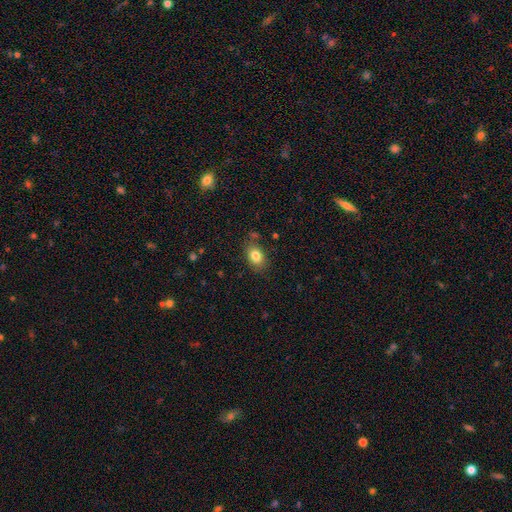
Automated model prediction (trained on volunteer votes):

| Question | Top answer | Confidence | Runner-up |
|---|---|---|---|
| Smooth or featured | smooth | 82% | star or artifact (9%) |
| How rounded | in between | 77% | round (22%) |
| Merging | none | 79% | minor disturbance (15%) |